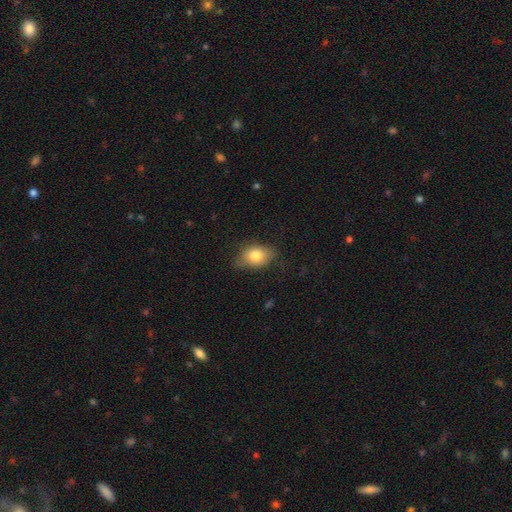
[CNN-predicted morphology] Smooth or featured?
  - smooth: 78% *
  - featured or disk: 13%
  - star or artifact: 9%
How rounded?
  - in between: 77% *
  - round: 21%
  - cigar-shaped: 2%
Merging?
  - none: 67% *
  - minor disturbance: 25%
  - major disturbance: 6%
  - merger: 1%